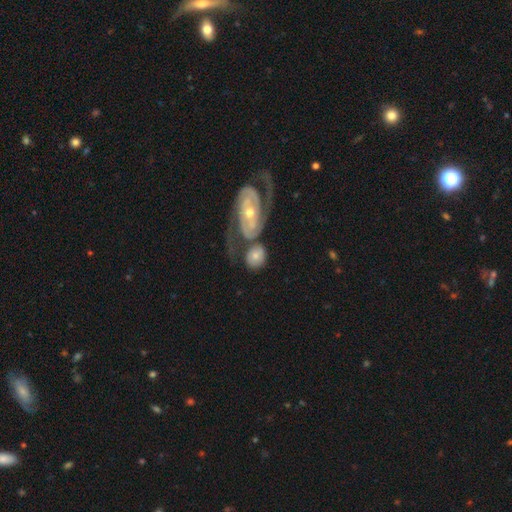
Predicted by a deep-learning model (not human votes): A smooth galaxy with no disk features (53%) that is round (60%). Merging: none (44%).